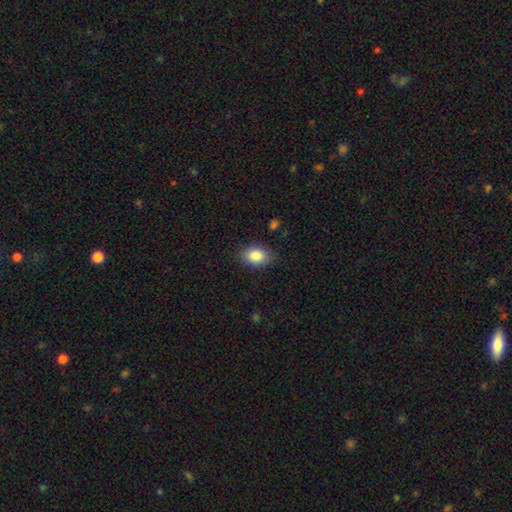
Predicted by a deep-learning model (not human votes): smooth 87%, star or artifact 8%, featured or disk 6%. Down the decision tree: how rounded — in between (75%); merging — none (83%).